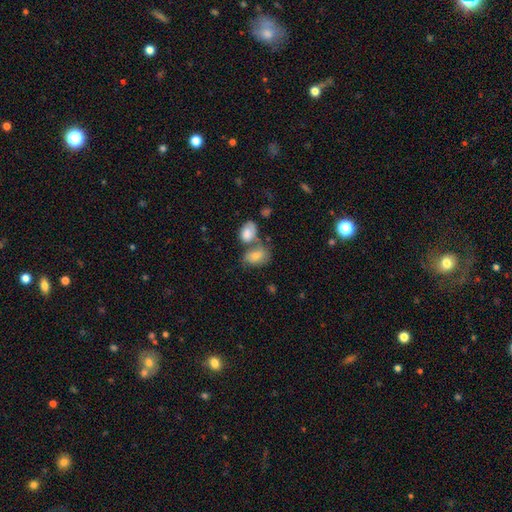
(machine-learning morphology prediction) smooth_or_featured: smooth (p=0.72) [alt: featured or disk p=0.19]
how_rounded: in between (p=0.84) [alt: round p=0.14]
merging: merger (p=0.45) [alt: none p=0.32]